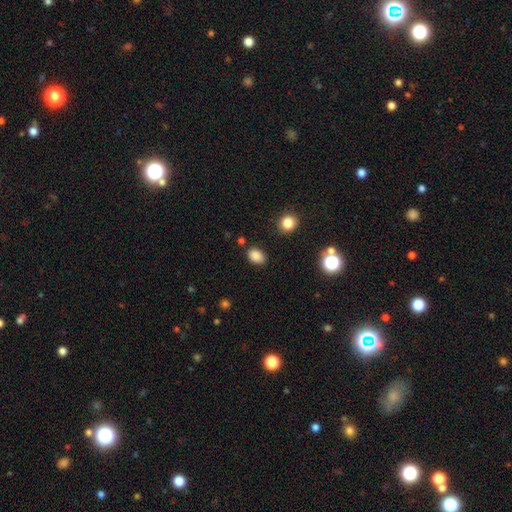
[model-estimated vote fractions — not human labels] Smooth or featured? smooth (85%)
How rounded? in between (77%)
Merging? none (82%)